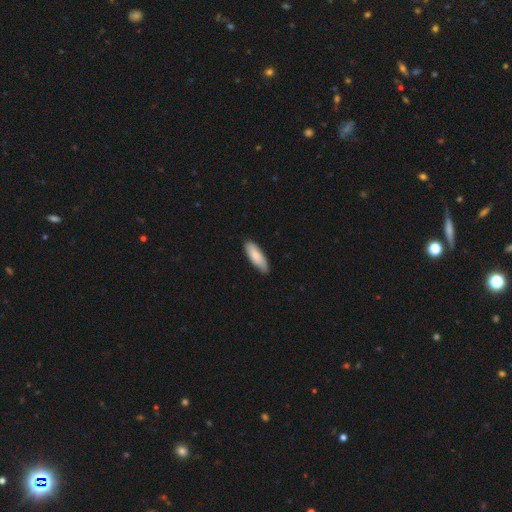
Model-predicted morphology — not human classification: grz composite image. It shows a smooth galaxy with no disk features (85%) that is in between round and cigar-shaped (61%). Merging: none (83%).